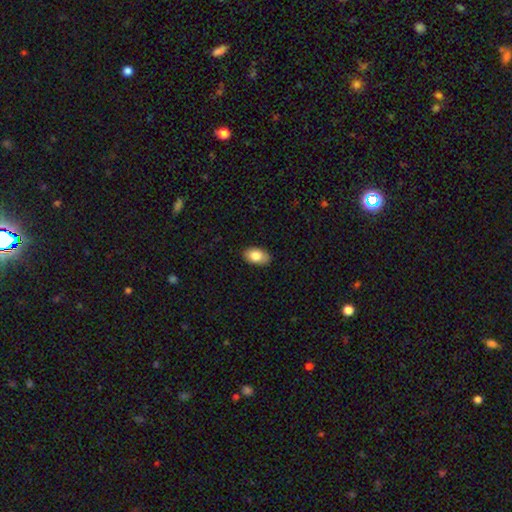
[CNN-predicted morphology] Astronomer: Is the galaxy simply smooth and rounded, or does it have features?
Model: smooth — 83%.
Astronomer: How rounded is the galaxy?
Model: in between — 91%.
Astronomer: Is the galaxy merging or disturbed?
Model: none — 85%.